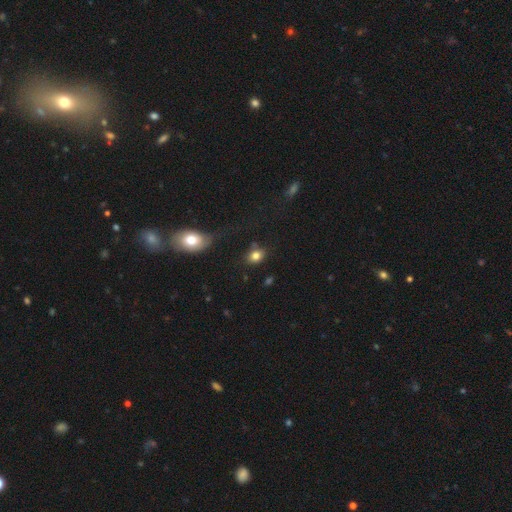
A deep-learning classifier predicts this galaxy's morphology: smooth 81%, star or artifact 11%, featured or disk 8%. Down the decision tree: how rounded — in between (57%); merging — none (72%).